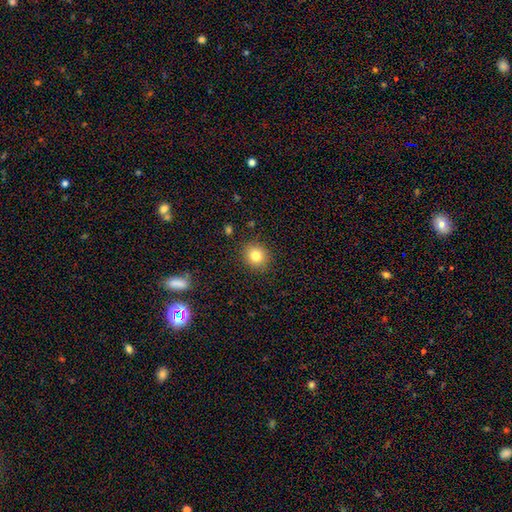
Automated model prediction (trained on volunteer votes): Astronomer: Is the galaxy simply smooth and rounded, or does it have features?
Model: smooth — 81%.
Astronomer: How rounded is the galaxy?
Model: round — 85%.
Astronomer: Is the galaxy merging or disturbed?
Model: none — 89%.